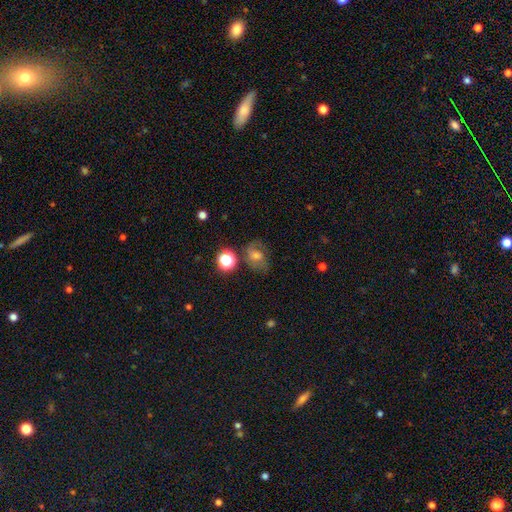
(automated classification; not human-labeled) The model was most divided on "smooth or featured": featured or disk: 41%, smooth: 34%, star or artifact: 25%. More confident: merging — none (65%).